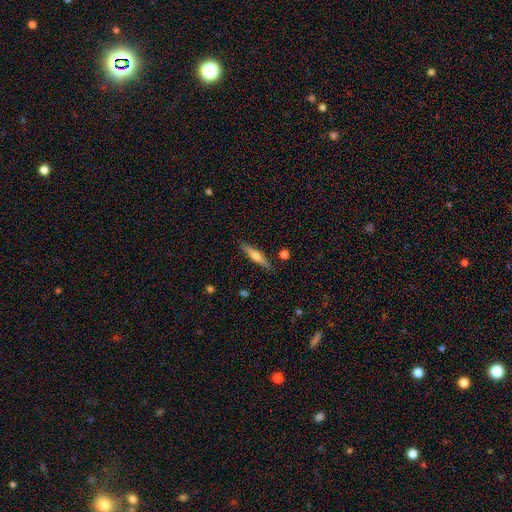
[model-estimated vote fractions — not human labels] This appears to be a smooth galaxy with no disk features (50%) that is cigar-shaped (85%). Merging: none (87%).